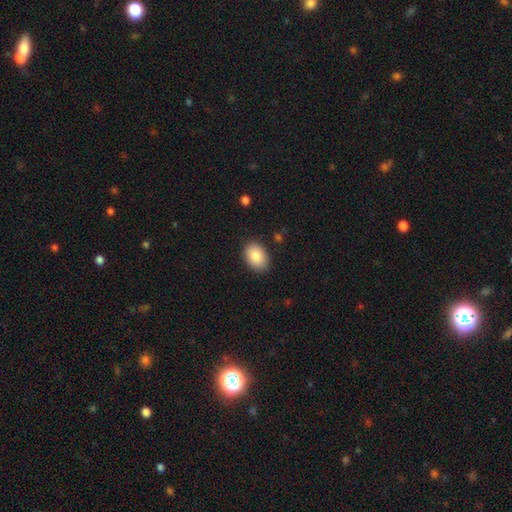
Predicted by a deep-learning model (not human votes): This is clearly a smooth galaxy (87%). How rounded: clearly in between (80%). Merging: clearly none (87%).